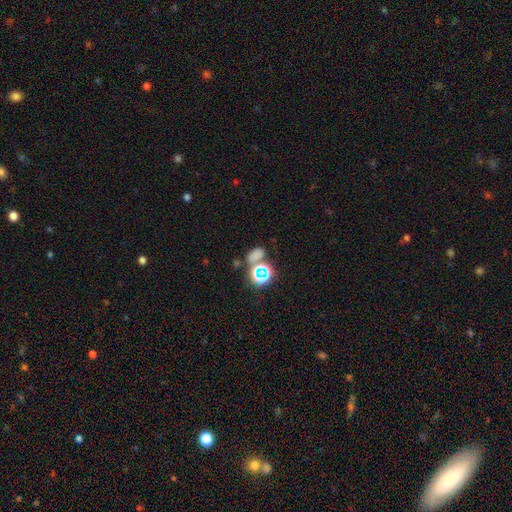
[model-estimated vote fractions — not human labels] Q: Smooth or featured?
A: smooth (56%); runner-up: star or artifact (35%)
Q: How rounded?
A: in between (64%); runner-up: round (33%)
Q: Merging?
A: none (57%); runner-up: merger (25%)